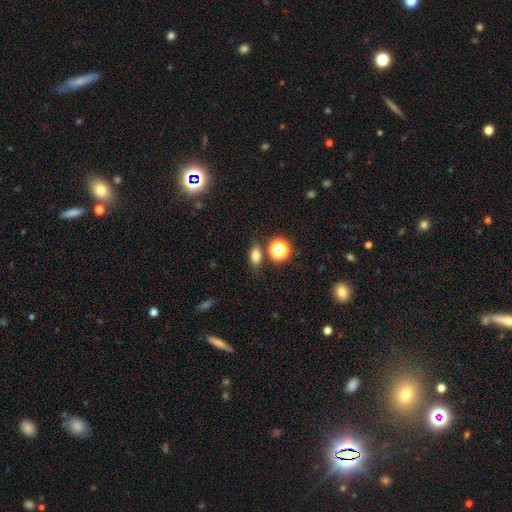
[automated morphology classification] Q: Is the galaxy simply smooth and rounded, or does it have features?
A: smooth — 75%.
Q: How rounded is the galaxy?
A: in between — 74%.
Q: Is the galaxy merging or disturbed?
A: none — 75%.